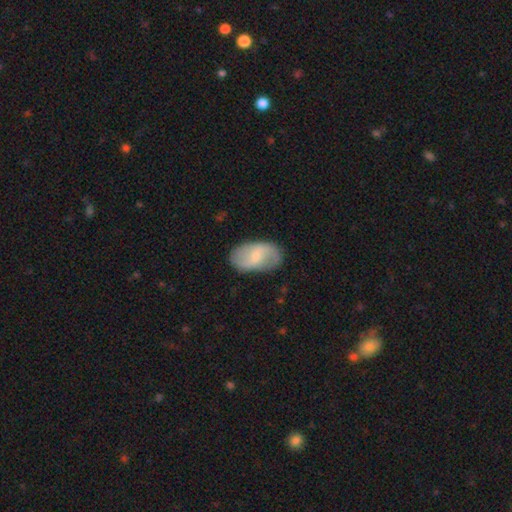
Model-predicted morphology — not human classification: Q: Smooth or featured?
A: featured or disk (57%); runner-up: smooth (37%)
Q: Edge-on disk?
A: no (96%); runner-up: yes (4%)
Q: Bar?
A: weak (54%); runner-up: no (30%)
Q: Spiral arms?
A: yes (85%); runner-up: no (15%)
Q: Bulge size?
A: small (61%); runner-up: moderate (24%)
Q: Merging?
A: none (79%); runner-up: minor disturbance (15%)